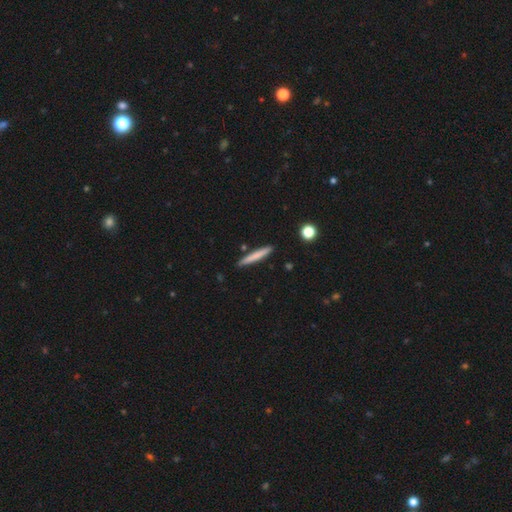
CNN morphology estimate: Smooth or featured?
  - smooth: 73% *
  - featured or disk: 21%
  - star or artifact: 6%
How rounded?
  - cigar-shaped: 96% *
  - in between: 3%
  - round: 1%
Merging?
  - none: 89% *
  - minor disturbance: 7%
  - merger: 3%
  - major disturbance: 1%